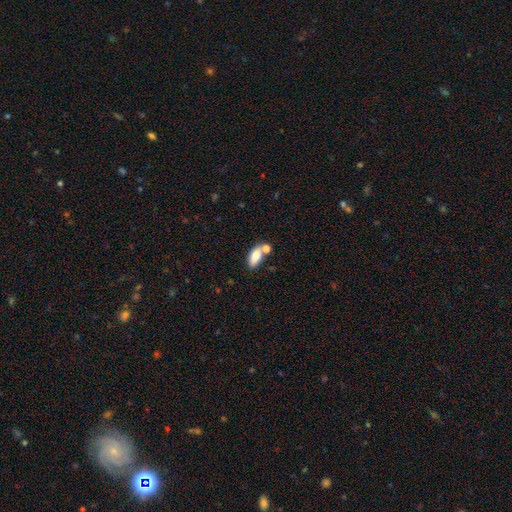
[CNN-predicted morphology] Q: Smooth or featured?
A: smooth (80%); runner-up: featured or disk (13%)
Q: How rounded?
A: in between (84%); runner-up: cigar-shaped (12%)
Q: Merging?
A: none (49%); runner-up: merger (32%)